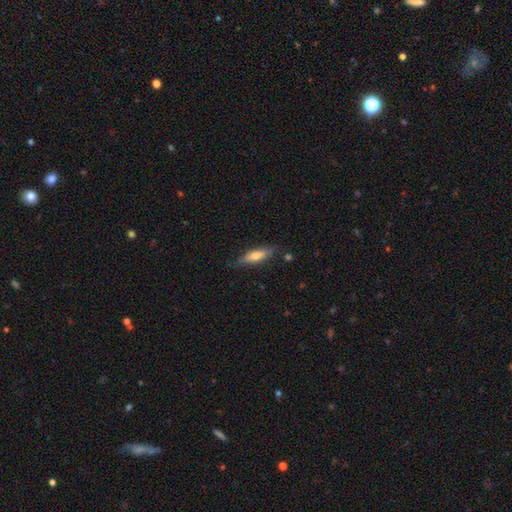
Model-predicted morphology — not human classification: Q: Smooth or featured?
A: smooth (57%); runner-up: featured or disk (36%)
Q: How rounded?
A: cigar-shaped (62%); runner-up: in between (36%)
Q: Merging?
A: none (78%); runner-up: minor disturbance (17%)